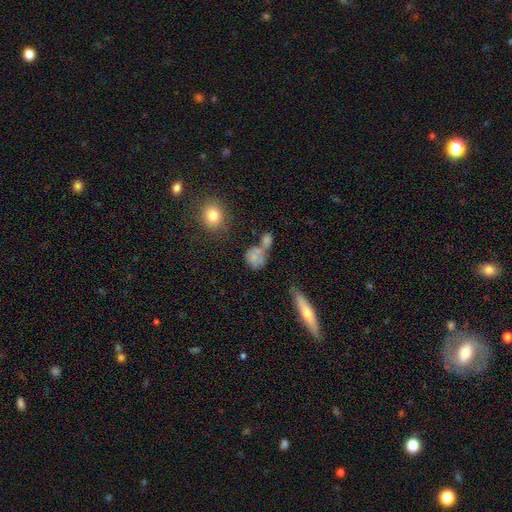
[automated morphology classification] The model was most divided on "merging": merger: 48%, none: 28%, minor disturbance: 13%, major disturbance: 11%. More confident: smooth or featured — smooth (66%); how rounded — round (61%).